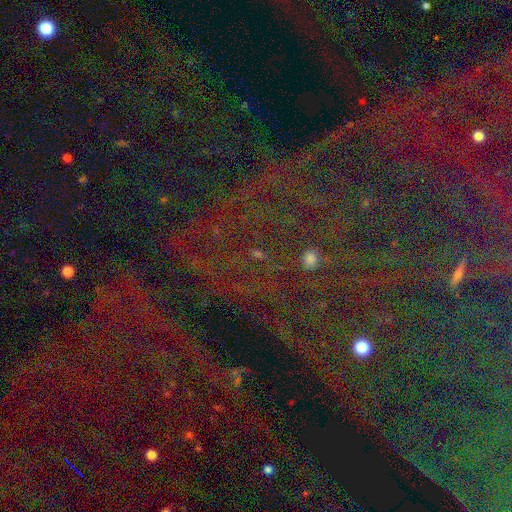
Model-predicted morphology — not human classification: Overall: star or artifact (85%).